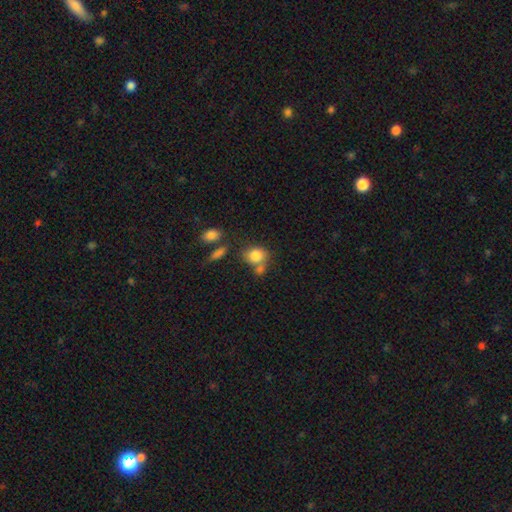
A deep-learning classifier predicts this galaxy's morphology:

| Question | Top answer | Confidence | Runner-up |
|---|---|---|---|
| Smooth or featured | smooth | 82% | star or artifact (9%) |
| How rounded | round | 60% | in between (39%) |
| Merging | none | 45% | merger (33%) |